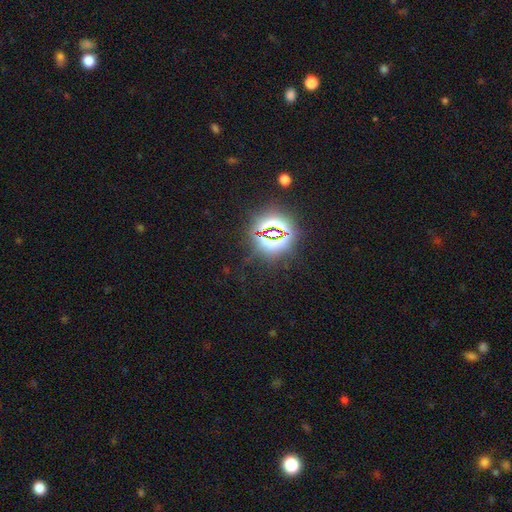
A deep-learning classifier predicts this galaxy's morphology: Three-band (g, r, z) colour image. It shows a star or artifact, not a galaxy (84%).